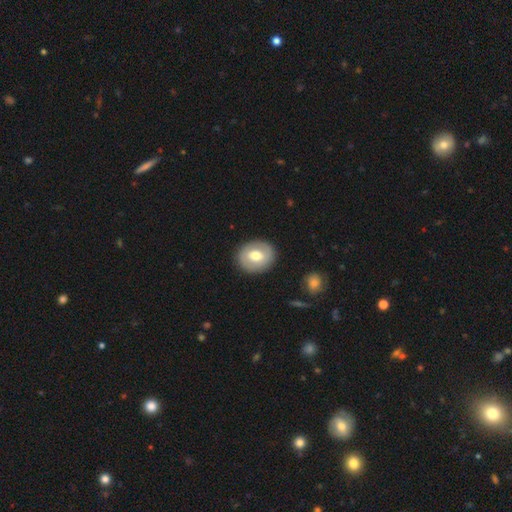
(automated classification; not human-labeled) smooth_or_featured: smooth (p=0.57) [alt: featured or disk p=0.37]
how_rounded: round (p=0.64) [alt: in between p=0.35]
merging: none (p=0.87) [alt: minor disturbance p=0.09]